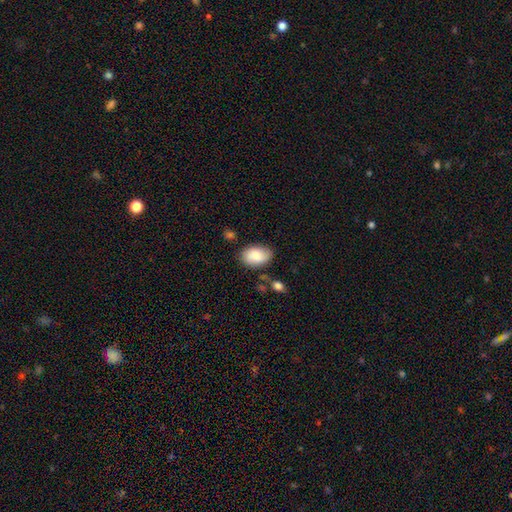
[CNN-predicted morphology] Smooth or featured? smooth (80%)
How rounded? in between (88%)
Merging? none (72%)